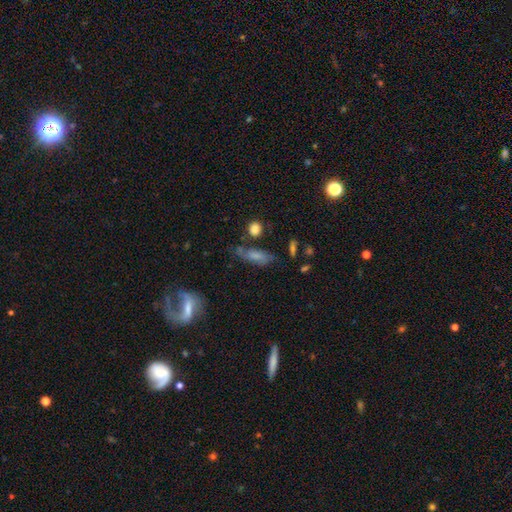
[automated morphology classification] smooth 62%, featured or disk 28%, star or artifact 11%. Down the decision tree: how rounded — in between (64%); merging — none (56%).